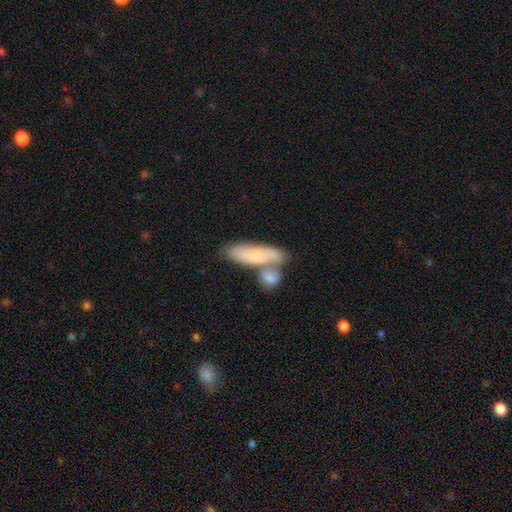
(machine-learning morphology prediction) type=smooth (61%); roundness=in between (49%); merging=merger (46%).